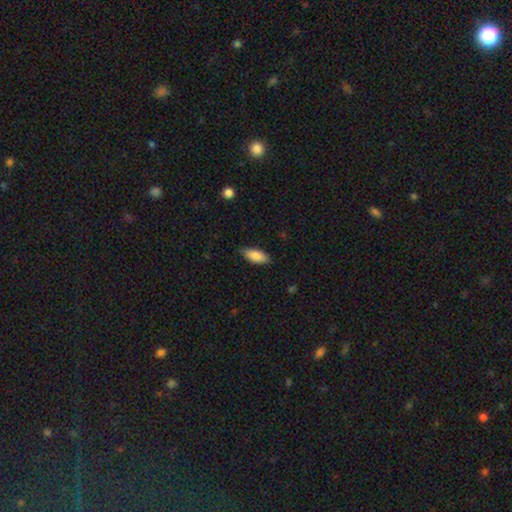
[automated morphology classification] A smooth galaxy with no disk features (86%) that is in between round and cigar-shaped (84%).

Vote fractions:
- Smooth or featured? smooth: 86% / featured or disk: 8% / star or artifact: 6%
- How rounded? in between: 84% / cigar-shaped: 14% / round: 2%
- Merging? none: 81% / minor disturbance: 15% / major disturbance: 2% / merger: 1%